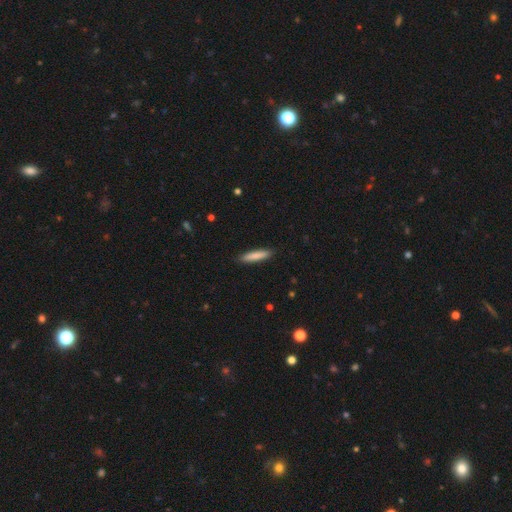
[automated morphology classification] This is clearly a smooth galaxy (84%). How rounded: clearly cigar-shaped (86%). Merging: clearly none (90%).